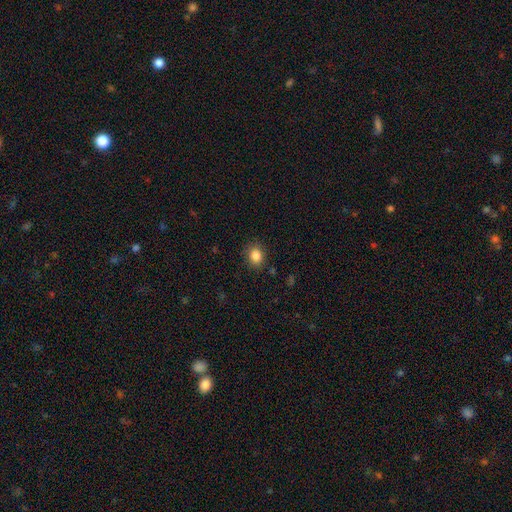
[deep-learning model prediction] Q: Smooth or featured?
A: smooth (85%); runner-up: star or artifact (10%)
Q: How rounded?
A: round (59%); runner-up: in between (40%)
Q: Merging?
A: none (85%); runner-up: minor disturbance (10%)